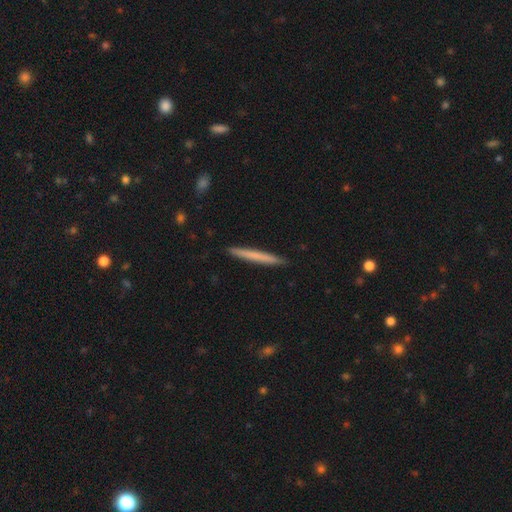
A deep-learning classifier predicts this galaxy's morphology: Smooth or featured? Predicted: smooth (p=0.65). How rounded? Predicted: cigar-shaped (p=0.97). Merging? Predicted: none (p=0.92).